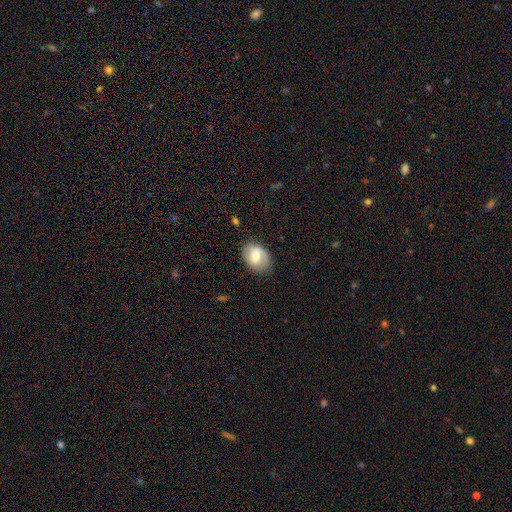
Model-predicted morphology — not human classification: The model was most divided on "smooth or featured": smooth: 54%, featured or disk: 39%, star or artifact: 7%. More confident: merging — none (76%); how rounded — in between (75%).